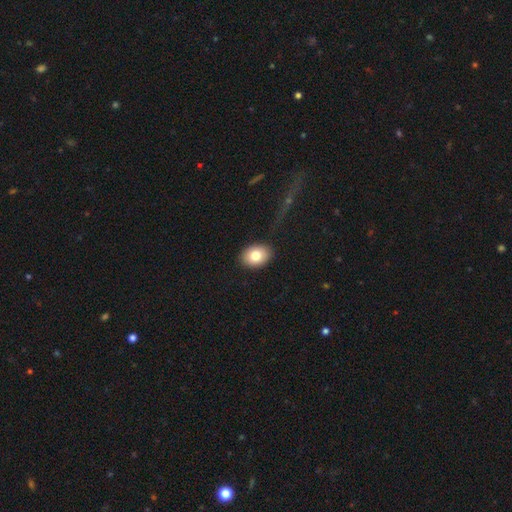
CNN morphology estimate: Q: Smooth or featured?
A: smooth (80%); runner-up: featured or disk (12%)
Q: How rounded?
A: in between (70%); runner-up: round (29%)
Q: Merging?
A: none (88%); runner-up: minor disturbance (8%)